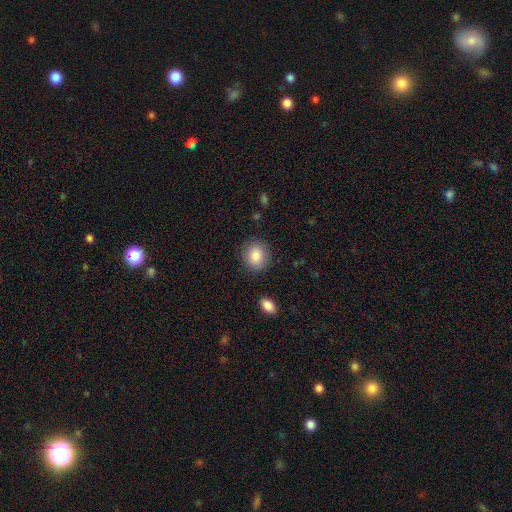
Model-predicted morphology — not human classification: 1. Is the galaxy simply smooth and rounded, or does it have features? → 85% smooth, 8% star or artifact, 7% featured or disk.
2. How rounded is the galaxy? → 70% round, 29% in between, 1% cigar-shaped.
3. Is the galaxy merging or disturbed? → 87% none, 9% minor disturbance, 3% major disturbance, 2% merger.